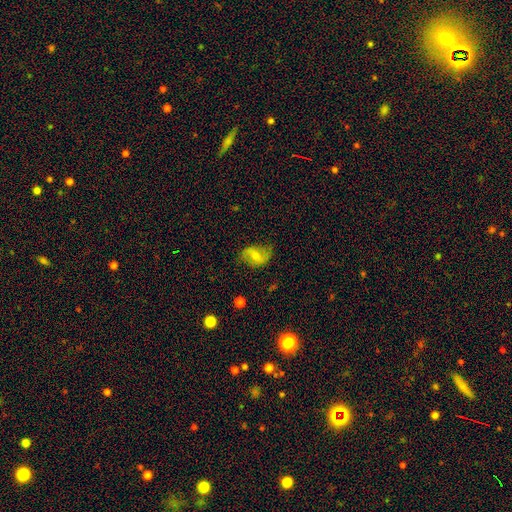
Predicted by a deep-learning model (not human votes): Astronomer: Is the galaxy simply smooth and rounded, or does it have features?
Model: featured or disk — 62%.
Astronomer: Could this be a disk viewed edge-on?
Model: no — 96%.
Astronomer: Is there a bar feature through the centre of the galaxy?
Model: weak — 46% (runner-up: no, 31%).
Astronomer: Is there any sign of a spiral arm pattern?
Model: yes — 86%.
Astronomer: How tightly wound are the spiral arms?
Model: loose — 58%.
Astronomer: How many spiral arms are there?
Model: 2 — 88%.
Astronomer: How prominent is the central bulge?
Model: small — 48% (runner-up: moderate, 44%).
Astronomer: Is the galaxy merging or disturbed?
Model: none — 74%.